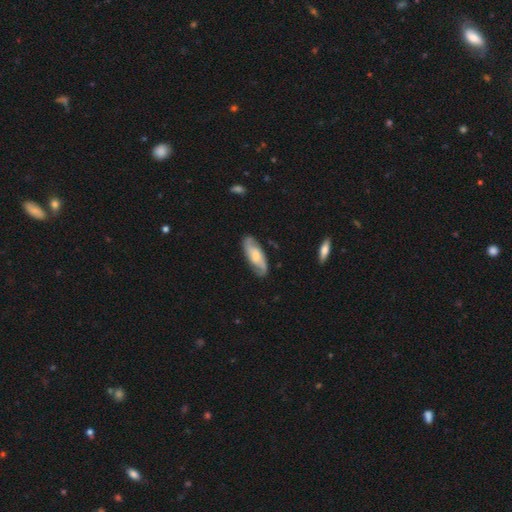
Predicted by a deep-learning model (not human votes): Smooth or featured?
  - featured or disk: 63% *
  - smooth: 31%
  - star or artifact: 6%
Edge-on disk?
  - no: 88% *
  - yes: 12%
Bar?
  - no: 52% *
  - weak: 37%
  - strong: 11%
Spiral arms?
  - yes: 92% *
  - no: 8%
Spiral winding?
  - medium: 43% *
  - loose: 34%
  - tight: 22%
Spiral arm count?
  - 2: 86% *
  - can't tell: 8%
  - 1: 2%
  - 3: 1%
  - 4: 1%
  - more than 4: 1%
Bulge size?
  - moderate: 39% *
  - small: 37%
  - none: 12%
  - large: 10%
  - dominant: 2%
Merging?
  - none: 81% *
  - minor disturbance: 14%
  - major disturbance: 4%
  - merger: 1%